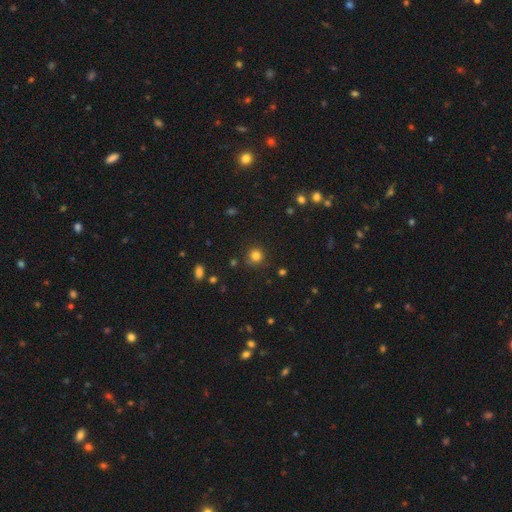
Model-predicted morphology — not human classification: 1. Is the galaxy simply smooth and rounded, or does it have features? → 80% smooth, 14% star or artifact, 5% featured or disk.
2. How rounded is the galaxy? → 92% round, 7% in between, 1% cigar-shaped.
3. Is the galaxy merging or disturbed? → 84% none, 10% minor disturbance, 3% major disturbance, 3% merger.